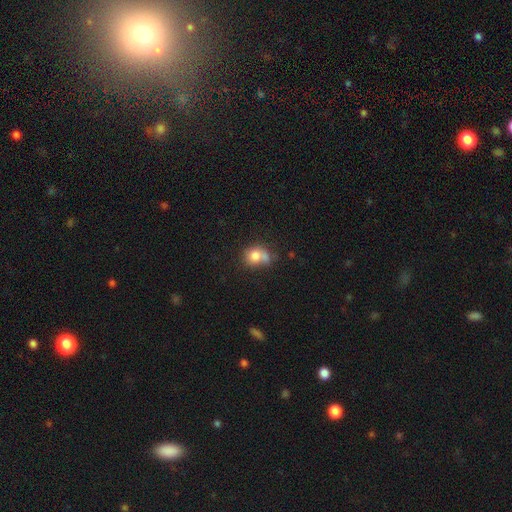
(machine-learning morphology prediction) This is likely a smooth galaxy (76%). How rounded: likely round (67%). Merging: marginally none (38%).